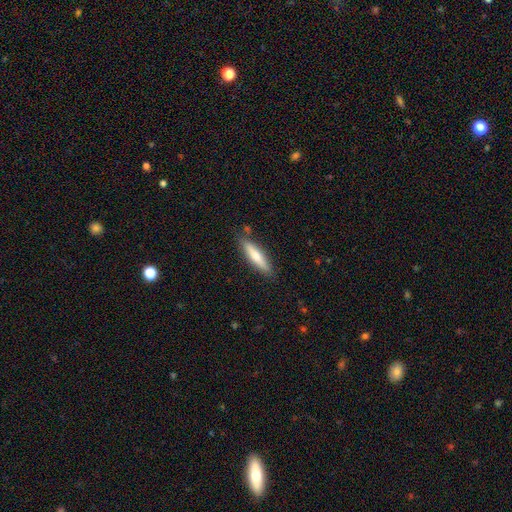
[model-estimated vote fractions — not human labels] Smooth or featured? Predicted: smooth (p=0.67). How rounded? Predicted: cigar-shaped (p=0.82). Merging? Predicted: none (p=0.85).